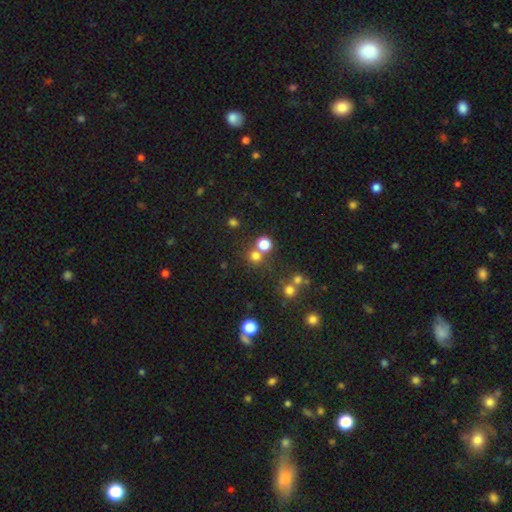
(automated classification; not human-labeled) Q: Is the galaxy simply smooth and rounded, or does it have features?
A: smooth — 72%.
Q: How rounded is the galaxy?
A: round — 90%.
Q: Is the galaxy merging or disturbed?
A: none — 66%.